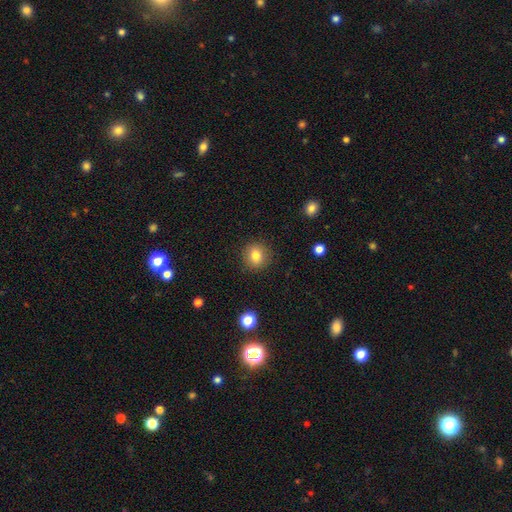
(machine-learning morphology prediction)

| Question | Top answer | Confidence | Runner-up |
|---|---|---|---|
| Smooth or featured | smooth | 82% | star or artifact (10%) |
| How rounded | round | 84% | in between (15%) |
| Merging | none | 89% | minor disturbance (7%) |